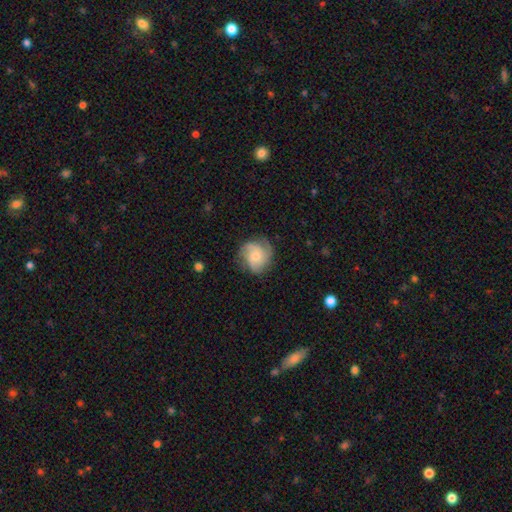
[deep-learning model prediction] Smooth or featured: featured or disk — 64% (smooth — 29%)
Edge-on disk: no — 98% (yes — 2%)
Bar: no — 77% (weak — 20%)
Spiral arms: yes — 94% (no — 6%)
Spiral winding: medium — 44% (tight — 40%)
Spiral arm count: 3 — 52% (can't tell — 15%)
Bulge size: small — 48% (moderate — 43%)
Merging: none — 73% (minor disturbance — 19%)